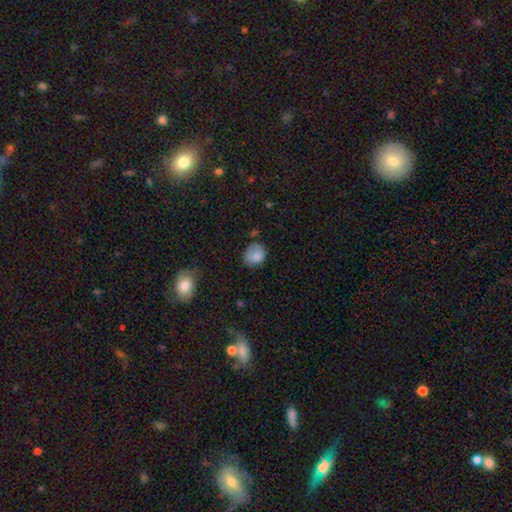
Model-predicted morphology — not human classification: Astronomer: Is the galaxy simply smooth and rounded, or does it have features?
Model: smooth — 80%.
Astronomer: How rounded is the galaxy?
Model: round — 61% (runner-up: in between, 38%).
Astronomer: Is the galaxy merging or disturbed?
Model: none — 60%.